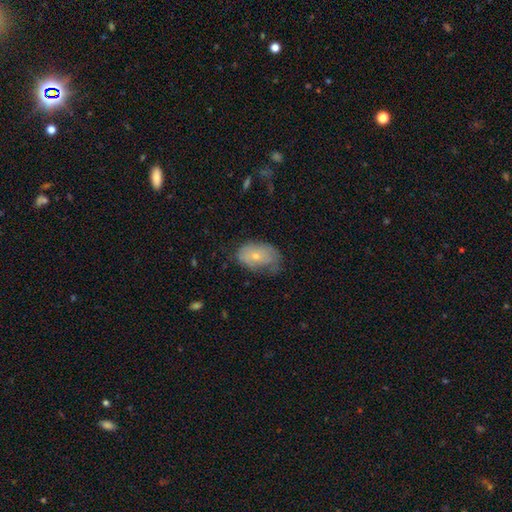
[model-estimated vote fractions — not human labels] Smooth or featured? Predicted: smooth (p=0.66). How rounded? Predicted: in between (p=0.85). Merging? Predicted: none (p=0.46).